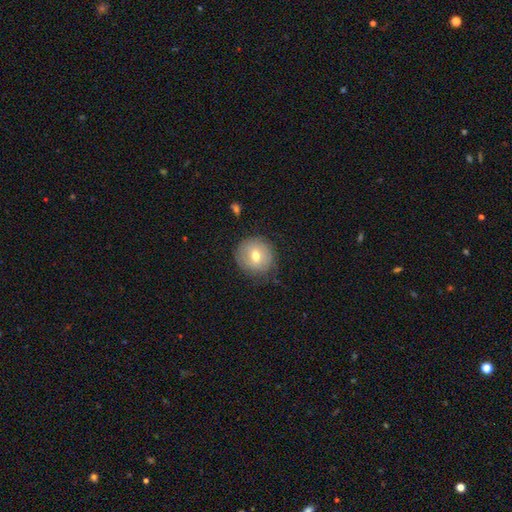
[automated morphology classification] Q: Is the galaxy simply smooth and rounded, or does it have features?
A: smooth — 62%.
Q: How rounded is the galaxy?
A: round — 90%.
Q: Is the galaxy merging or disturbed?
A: none — 79%.